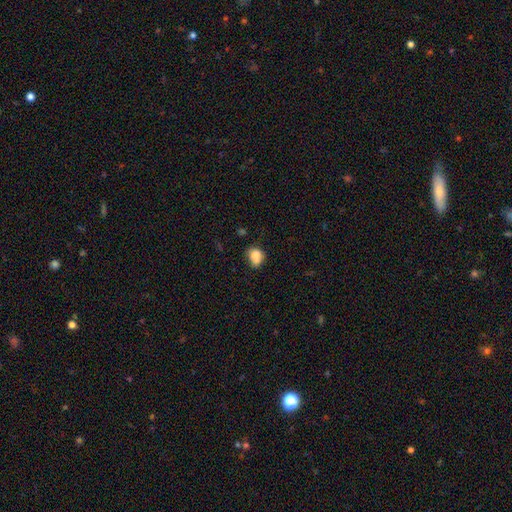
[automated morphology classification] type=smooth (78%); roundness=round (61%); merging=none (46%).